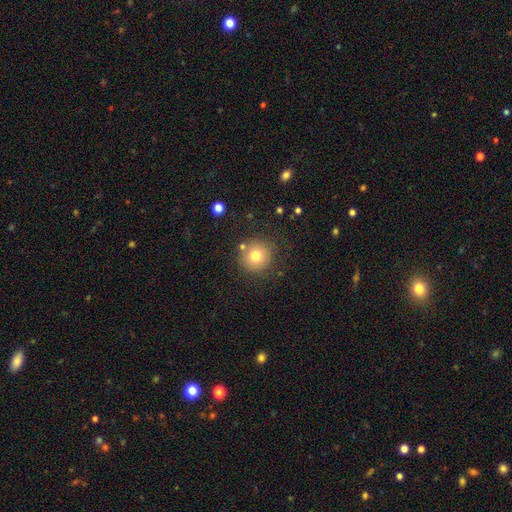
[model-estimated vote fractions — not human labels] Smooth or featured? smooth (77%)
How rounded? round (93%)
Merging? none (81%)